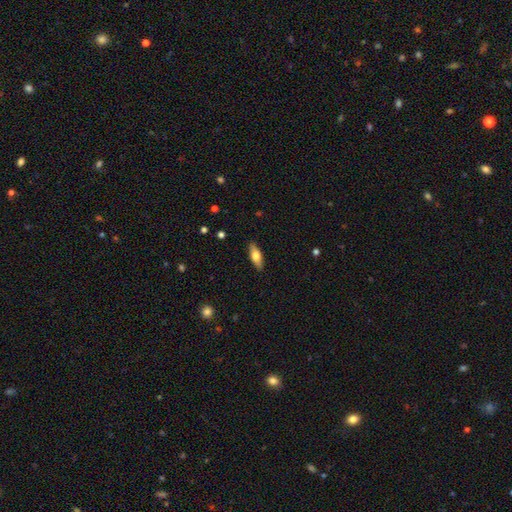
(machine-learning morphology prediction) Smooth or featured?
  - smooth: 66% *
  - featured or disk: 28%
  - star or artifact: 6%
How rounded?
  - in between: 62% *
  - cigar-shaped: 35%
  - round: 3%
Merging?
  - none: 89% *
  - minor disturbance: 8%
  - major disturbance: 2%
  - merger: 1%